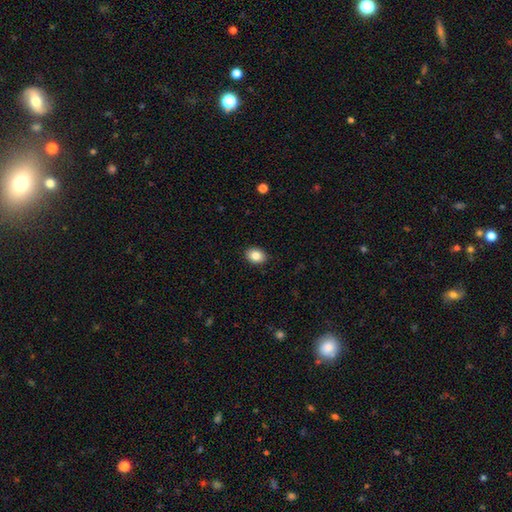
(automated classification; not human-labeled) Smooth or featured: smooth — 85% (star or artifact — 9%)
How rounded: in between — 69% (round — 30%)
Merging: none — 89% (minor disturbance — 8%)